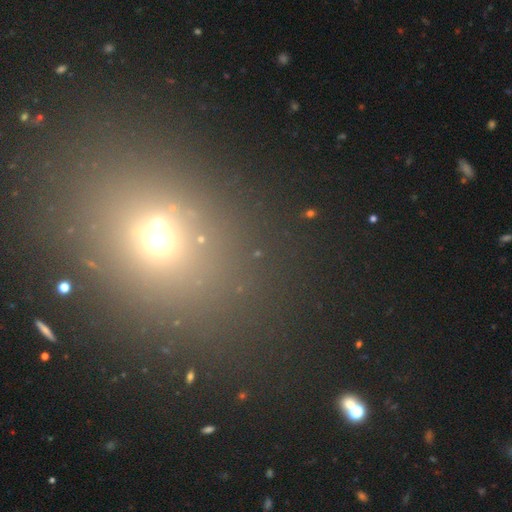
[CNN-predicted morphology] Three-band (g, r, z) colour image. It shows a star or artifact, not a galaxy (46%).